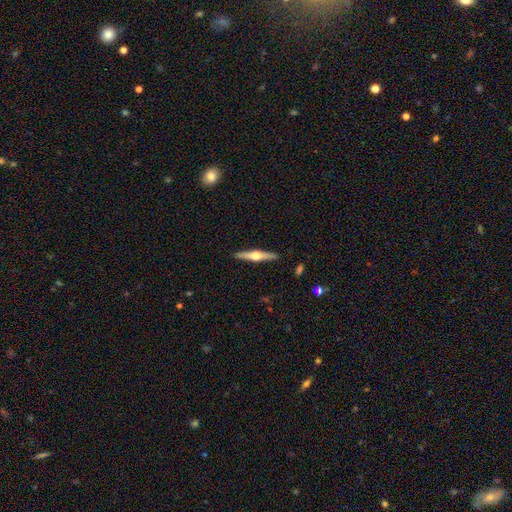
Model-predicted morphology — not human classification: Q: Smooth or featured?
A: featured or disk (69%); runner-up: smooth (25%)
Q: Edge-on disk?
A: yes (98%); runner-up: no (2%)
Q: Edge-on bulge?
A: rounded (95%); runner-up: boxy (3%)
Q: Merging?
A: none (91%); runner-up: minor disturbance (6%)